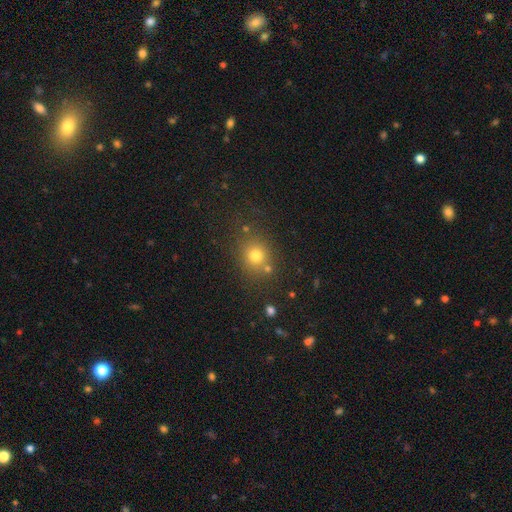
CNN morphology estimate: Smooth or featured? smooth (74%)
How rounded? round (77%)
Merging? none (73%)